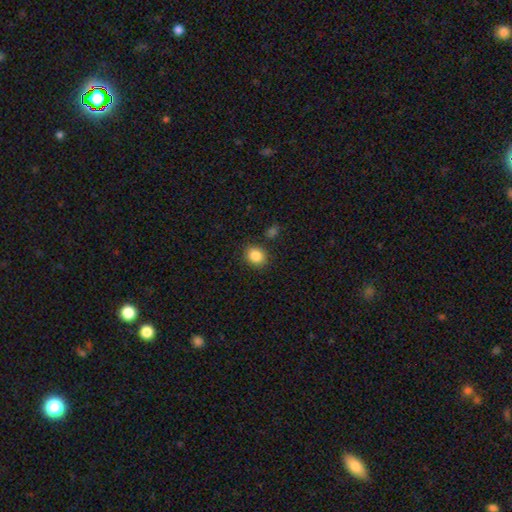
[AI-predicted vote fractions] A smooth galaxy with no disk features (86%) that is round (68%).

Vote fractions:
- Smooth or featured? smooth: 86% / star or artifact: 9% / featured or disk: 5%
- How rounded? round: 68% / in between: 31% / cigar-shaped: 1%
- Merging? none: 86% / minor disturbance: 9% / merger: 3% / major disturbance: 3%